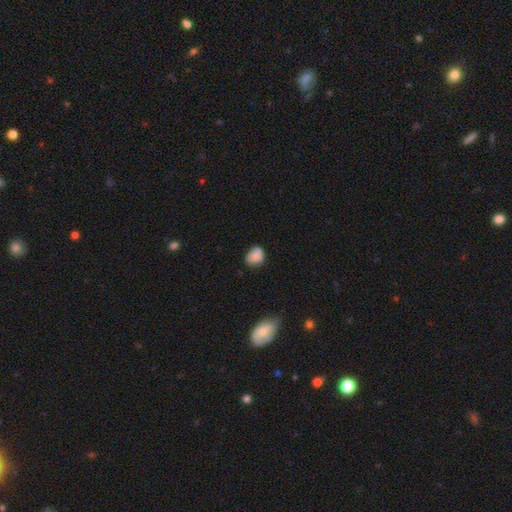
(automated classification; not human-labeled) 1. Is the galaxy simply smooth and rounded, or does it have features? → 81% smooth, 10% featured or disk, 9% star or artifact.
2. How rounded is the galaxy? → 53% round, 46% in between, 1% cigar-shaped.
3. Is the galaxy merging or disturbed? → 67% none, 27% minor disturbance, 4% major disturbance, 2% merger.